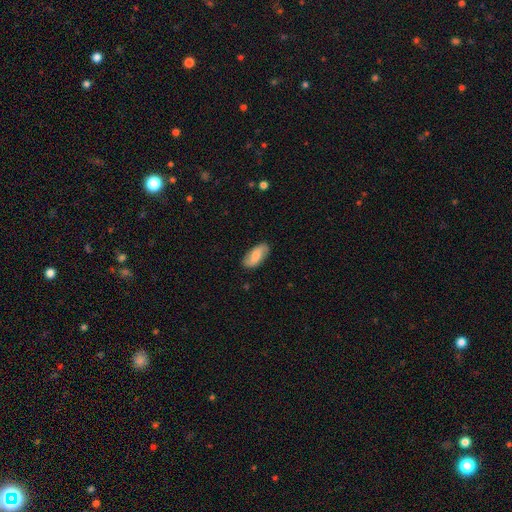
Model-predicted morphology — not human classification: smooth-or-featured: smooth: 58% | featured or disk: 36% | star or artifact: 7%
  how-rounded: in between: 88% | cigar-shaped: 9% | round: 3%
  merging: none: 82% | minor disturbance: 13% | major disturbance: 3% | merger: 1%